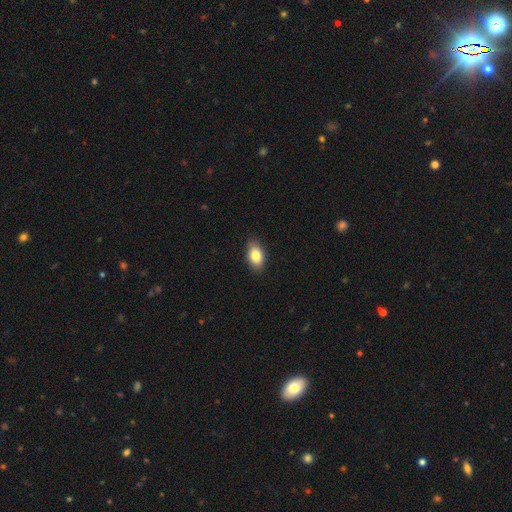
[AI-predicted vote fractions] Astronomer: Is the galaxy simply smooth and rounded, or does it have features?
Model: smooth — 82%.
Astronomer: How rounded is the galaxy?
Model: in between — 89%.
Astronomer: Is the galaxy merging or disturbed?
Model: none — 85%.